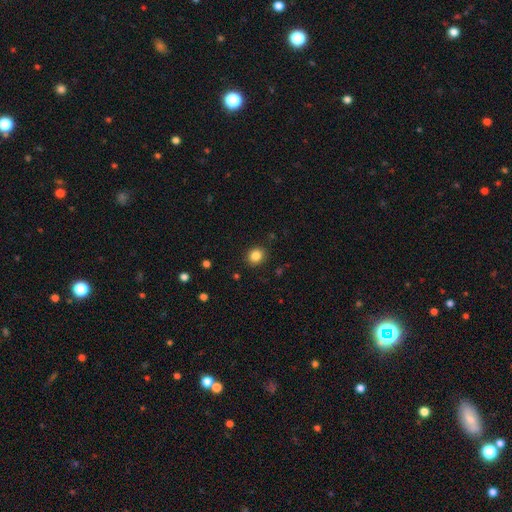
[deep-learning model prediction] Smooth or featured? Predicted: smooth (p=0.85). How rounded? Predicted: round (p=0.79). Merging? Predicted: none (p=0.90).